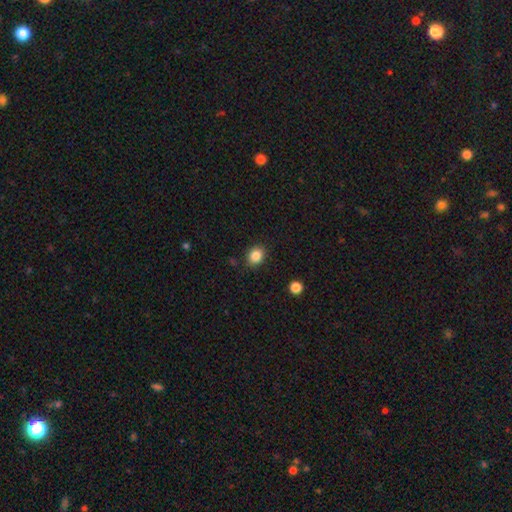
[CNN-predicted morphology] Overall: smooth (86%). How rounded: round (58%; in between 41%). Merging: none (84%).